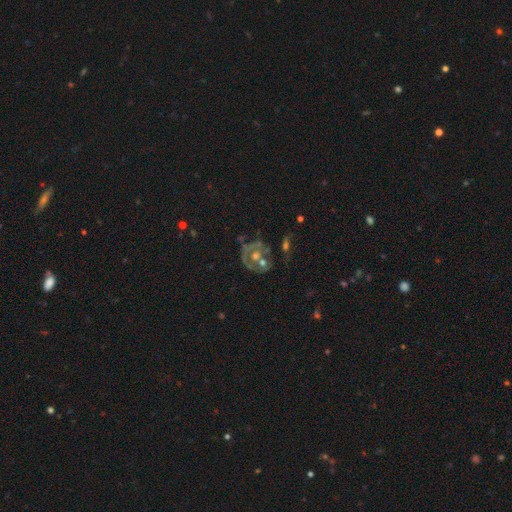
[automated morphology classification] featured or disk 68%, smooth 18%, star or artifact 14%. Down the decision tree: edge-on disk — no (97%); bar — no (80%); spiral arms — no (51%); bulge size — moderate (56%); merging — none (40%).